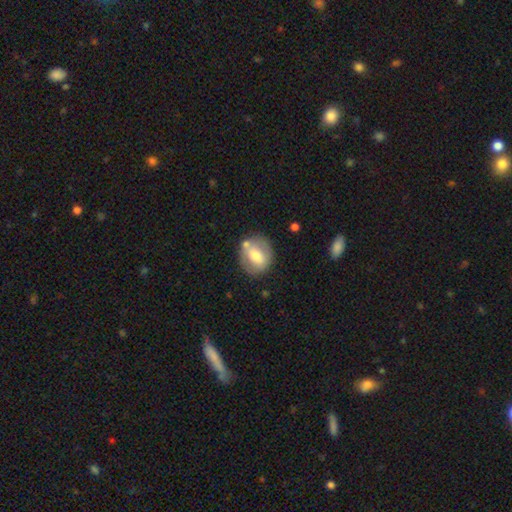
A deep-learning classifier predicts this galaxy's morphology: smooth 54%, featured or disk 39%, star or artifact 7%. Down the decision tree: how rounded — round (65%); merging — none (70%).